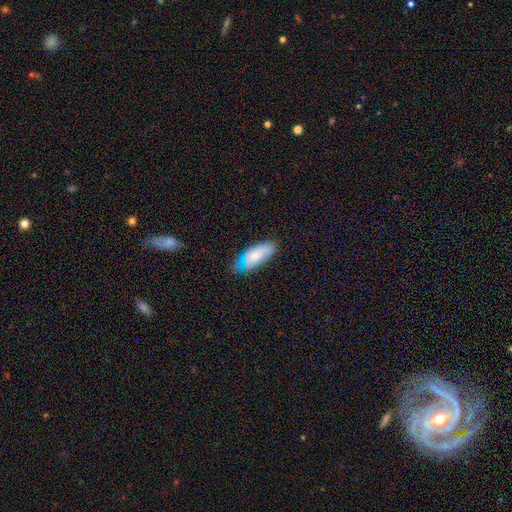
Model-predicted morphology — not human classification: Smooth or featured: smooth — 70% (featured or disk — 23%)
How rounded: in between — 80% (cigar-shaped — 18%)
Merging: none — 64% (minor disturbance — 28%)